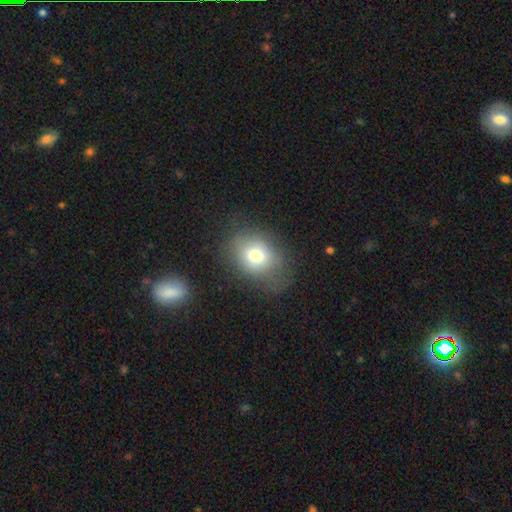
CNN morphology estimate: This appears to be a smooth galaxy with no disk features (73%) that is in between round and cigar-shaped (53%). Merging: none (66%).